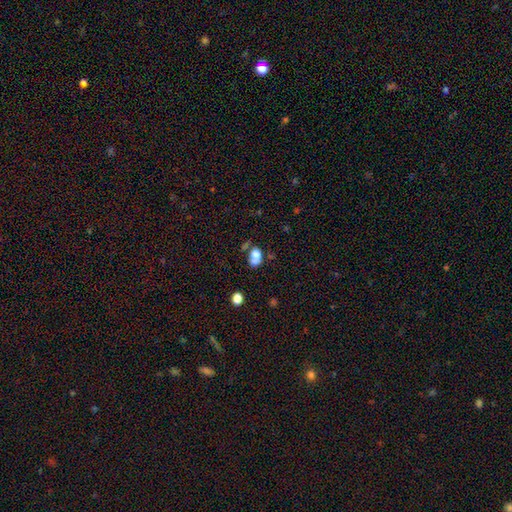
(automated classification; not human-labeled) A smooth galaxy with no disk features (78%) that is in between round and cigar-shaped (86%).

Vote fractions:
- Smooth or featured? smooth: 78% / featured or disk: 11% / star or artifact: 11%
- How rounded? in between: 86% / round: 11% / cigar-shaped: 2%
- Merging? none: 43% / minor disturbance: 24% / merger: 21% / major disturbance: 12%